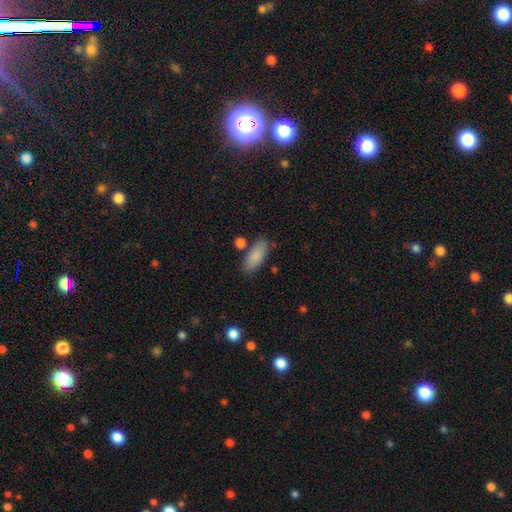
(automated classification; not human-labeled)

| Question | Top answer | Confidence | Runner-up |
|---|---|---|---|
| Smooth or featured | smooth | 88% | star or artifact (6%) |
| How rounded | in between | 83% | cigar-shaped (15%) |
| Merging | none | 77% | minor disturbance (13%) |